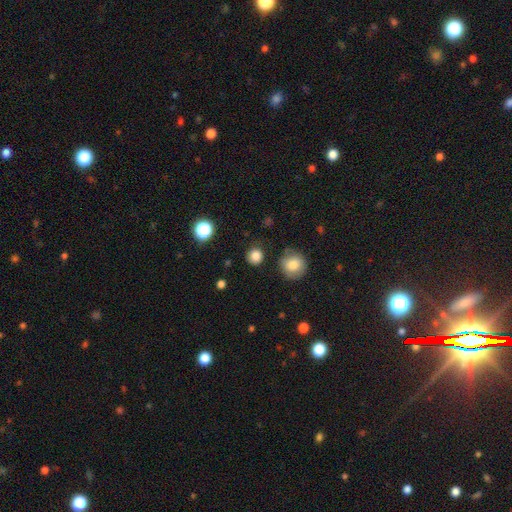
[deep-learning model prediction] Morphology: type=smooth (84%); roundness=round (91%); merging=none (85%).